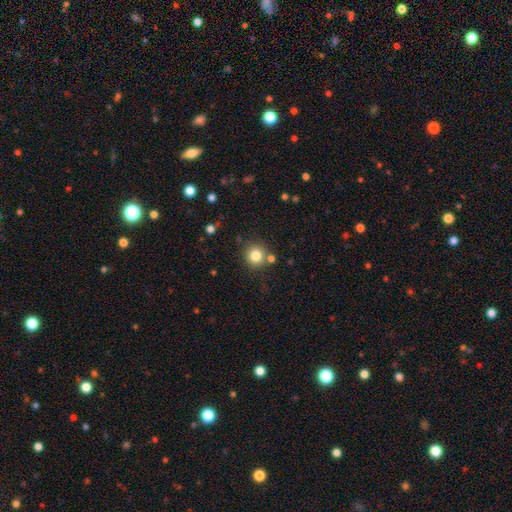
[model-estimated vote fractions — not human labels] A smooth galaxy with no disk features (81%) that is round (93%). Merging: none (78%).